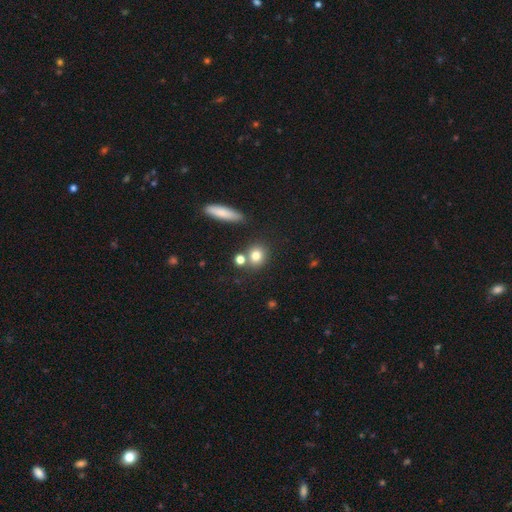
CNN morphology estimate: smooth 77%, star or artifact 12%, featured or disk 10%. Down the decision tree: how rounded — round (77%); merging — none (70%).